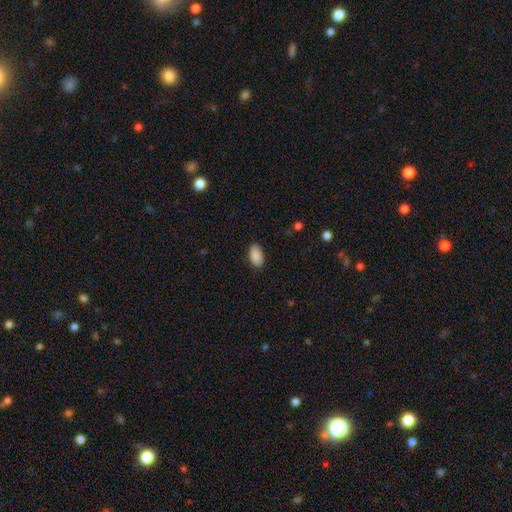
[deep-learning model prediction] Smooth or featured?
  - smooth: 90% *
  - star or artifact: 7%
  - featured or disk: 3%
How rounded?
  - in between: 95% *
  - round: 4%
  - cigar-shaped: 2%
Merging?
  - none: 88% *
  - minor disturbance: 9%
  - major disturbance: 2%
  - merger: 1%